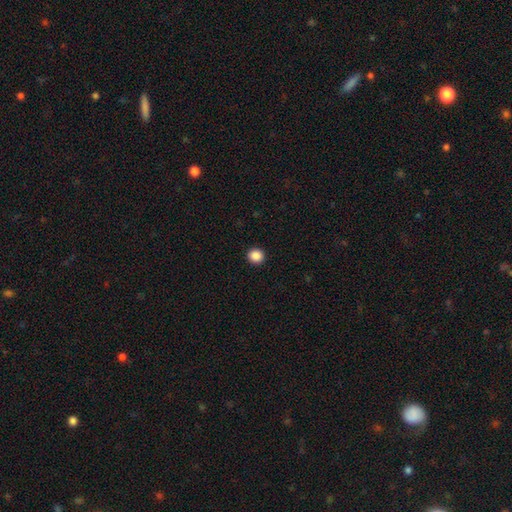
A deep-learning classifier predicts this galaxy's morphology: Overall: smooth (88%). How rounded: round (92%). Merging: none (94%).